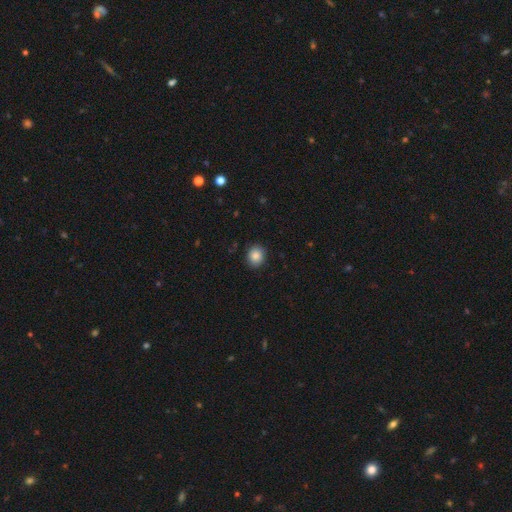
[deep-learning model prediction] Smooth or featured? Predicted: smooth (p=0.86). How rounded? Predicted: round (p=0.69). Merging? Predicted: none (p=0.89).